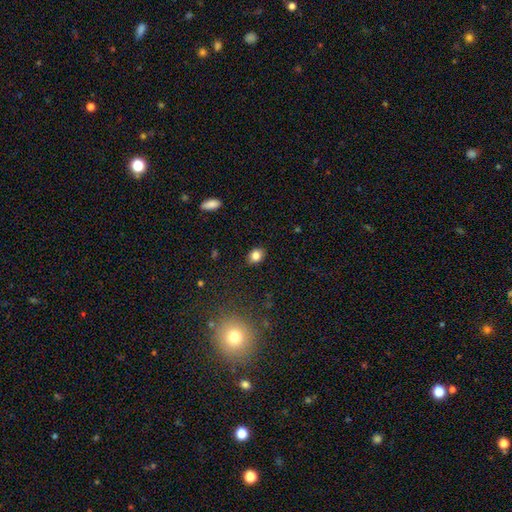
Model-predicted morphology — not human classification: smooth_or_featured: smooth (p=0.82) [alt: star or artifact p=0.11]
how_rounded: in between (p=0.53) [alt: round p=0.45]
merging: none (p=0.85) [alt: minor disturbance p=0.12]